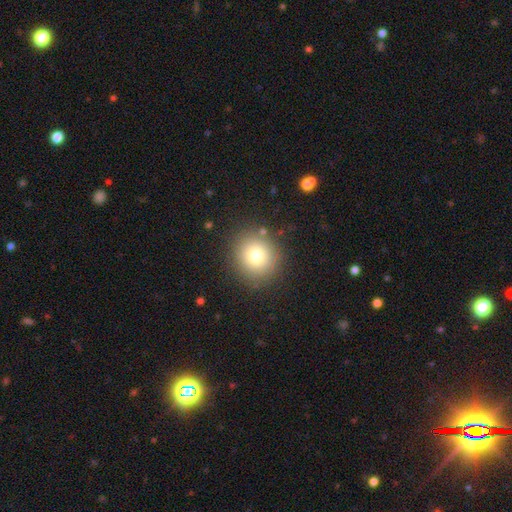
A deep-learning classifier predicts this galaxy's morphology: Overall: smooth (77%). How rounded: round (91%). Merging: none (88%).